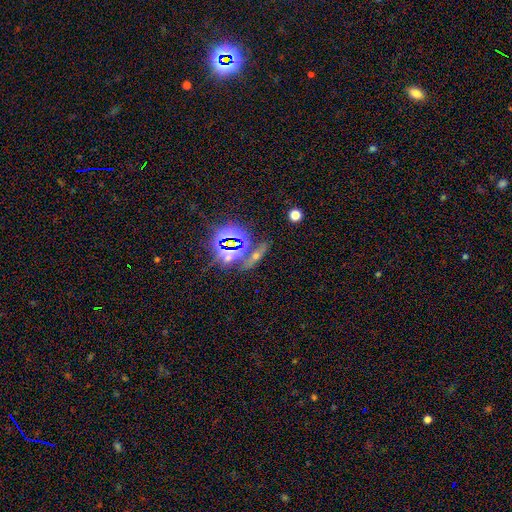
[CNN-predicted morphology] The model was most divided on "smooth or featured": star or artifact: 56%, smooth: 25%, featured or disk: 20%.